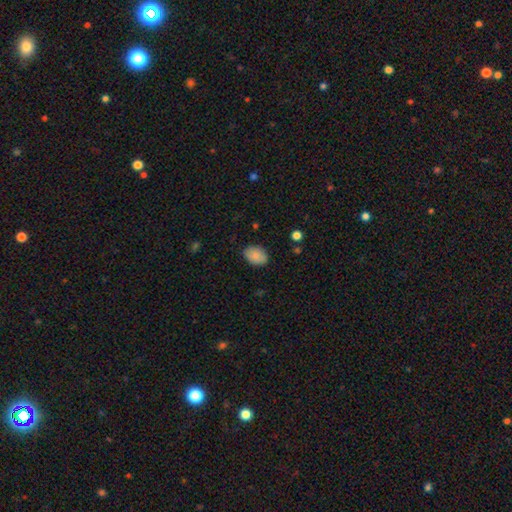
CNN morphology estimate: Smooth or featured: smooth — 83% (featured or disk — 10%)
How rounded: in between — 77% (round — 22%)
Merging: none — 82% (minor disturbance — 14%)